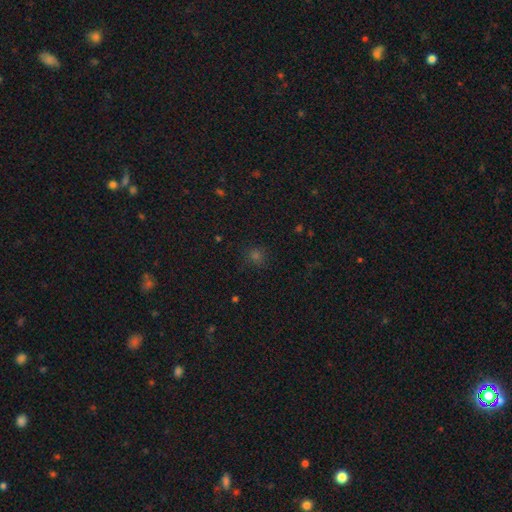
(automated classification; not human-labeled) Smooth or featured?
  - smooth: 61% *
  - star or artifact: 33%
  - featured or disk: 5%
How rounded?
  - round: 89% *
  - in between: 10%
  - cigar-shaped: 1%
Merging?
  - none: 87% *
  - minor disturbance: 8%
  - major disturbance: 3%
  - merger: 1%